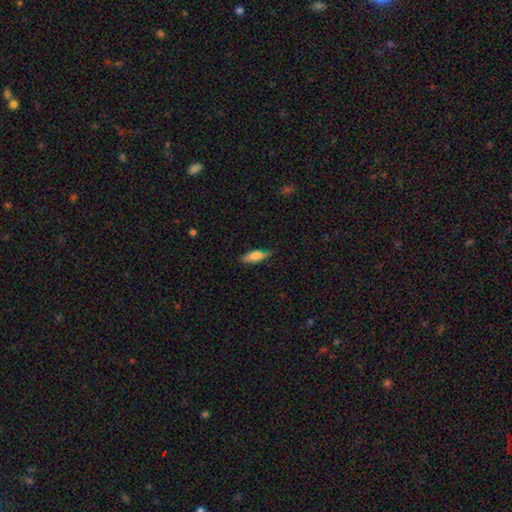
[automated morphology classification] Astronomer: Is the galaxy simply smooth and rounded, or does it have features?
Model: smooth — 70%.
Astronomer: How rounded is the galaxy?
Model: in between — 61% (runner-up: cigar-shaped, 36%).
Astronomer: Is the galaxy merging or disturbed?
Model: none — 68%.